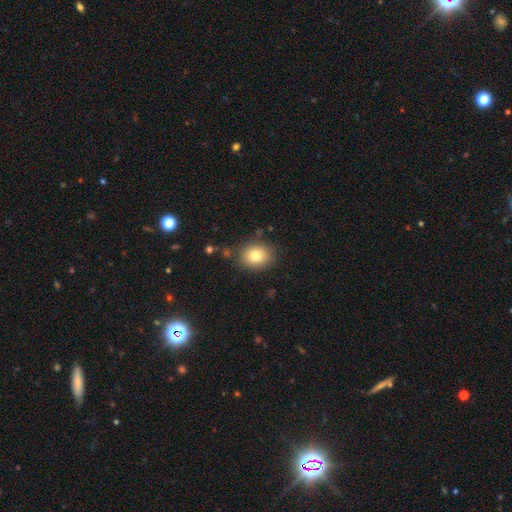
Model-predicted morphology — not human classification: Smooth or featured: smooth — 79% (star or artifact — 11%)
How rounded: round — 59% (in between — 40%)
Merging: none — 83% (minor disturbance — 11%)